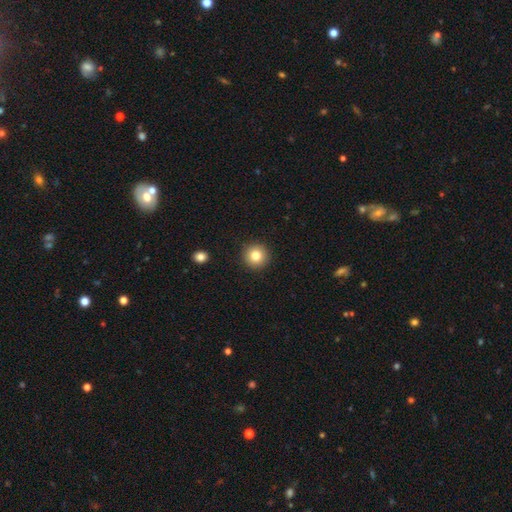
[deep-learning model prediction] Q: Smooth or featured?
A: smooth (82%); runner-up: star or artifact (10%)
Q: How rounded?
A: round (95%); runner-up: in between (4%)
Q: Merging?
A: none (92%); runner-up: minor disturbance (5%)